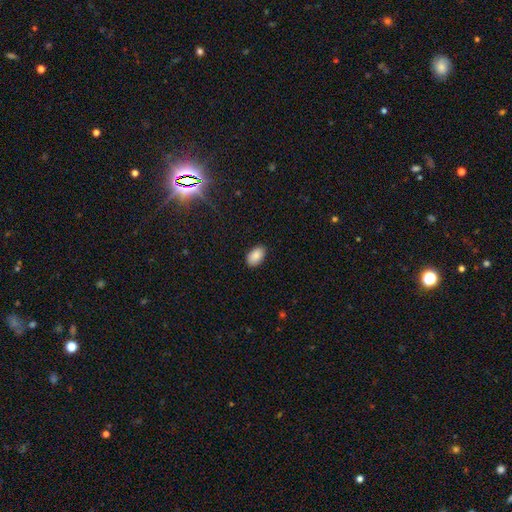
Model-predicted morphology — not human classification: smooth_or_featured: smooth (p=0.87) [alt: star or artifact p=0.08]
how_rounded: in between (p=0.93) [alt: round p=0.05]
merging: none (p=0.87) [alt: minor disturbance p=0.10]